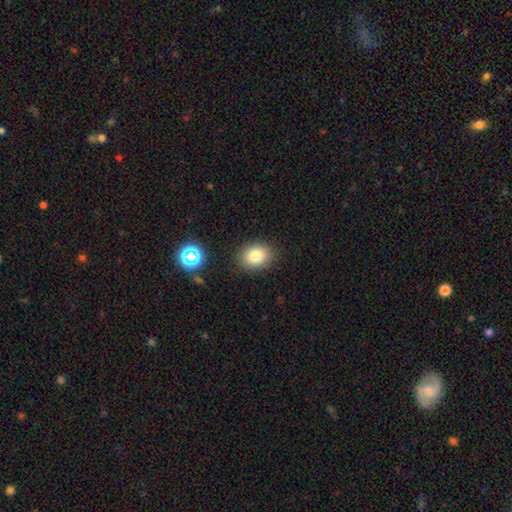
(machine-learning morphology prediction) This appears to be a smooth galaxy with no disk features (80%) that is round (50%). Merging: none (86%).